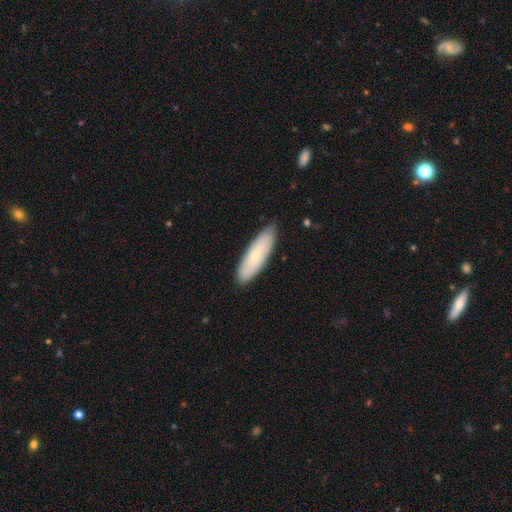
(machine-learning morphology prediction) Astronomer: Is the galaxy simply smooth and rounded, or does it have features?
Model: smooth — 69%.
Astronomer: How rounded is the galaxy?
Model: cigar-shaped — 56% (runner-up: in between, 42%).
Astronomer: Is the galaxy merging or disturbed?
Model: none — 84%.